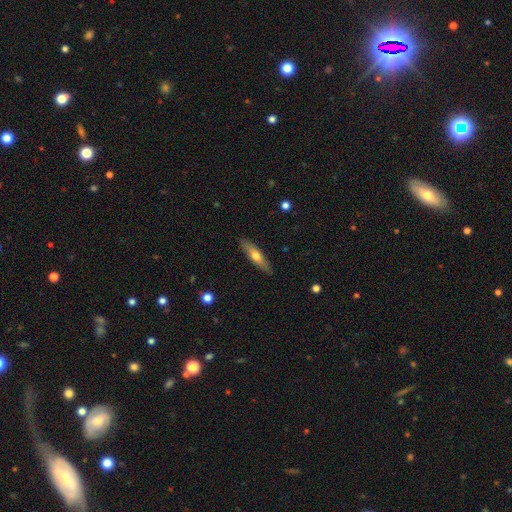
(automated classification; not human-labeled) Overall: smooth (51%; featured or disk 43%). How rounded: cigar-shaped (73%). Merging: none (87%).